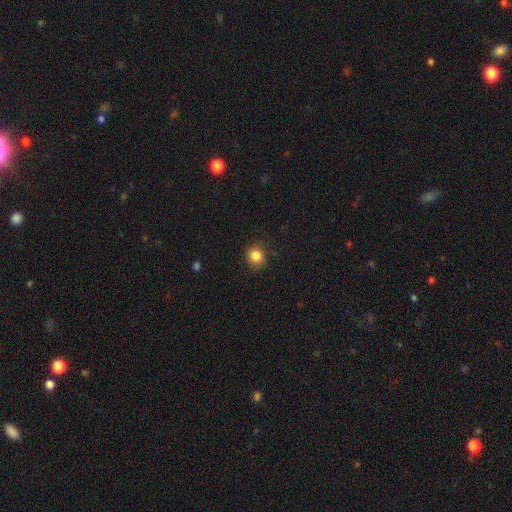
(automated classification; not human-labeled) A smooth galaxy with no disk features (85%) that is round (80%). Merging: none (84%).